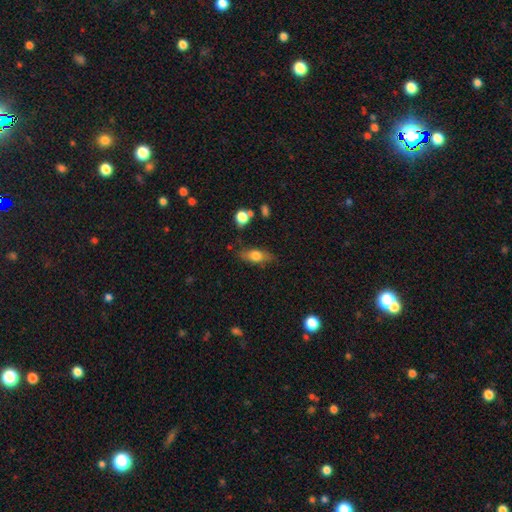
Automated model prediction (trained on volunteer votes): smooth-or-featured: smooth: 67% | featured or disk: 25% | star or artifact: 8%
  how-rounded: in between: 73% | cigar-shaped: 21% | round: 6%
  merging: none: 74% | minor disturbance: 18% | major disturbance: 5% | merger: 3%